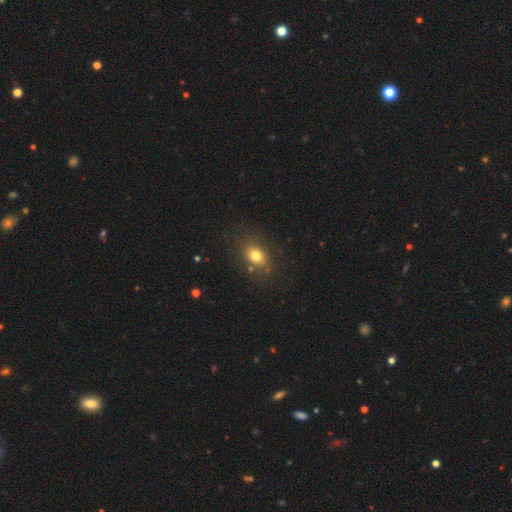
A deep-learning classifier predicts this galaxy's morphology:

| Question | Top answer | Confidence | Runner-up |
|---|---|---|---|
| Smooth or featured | smooth | 78% | star or artifact (12%) |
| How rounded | in between | 62% | round (37%) |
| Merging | none | 79% | minor disturbance (13%) |